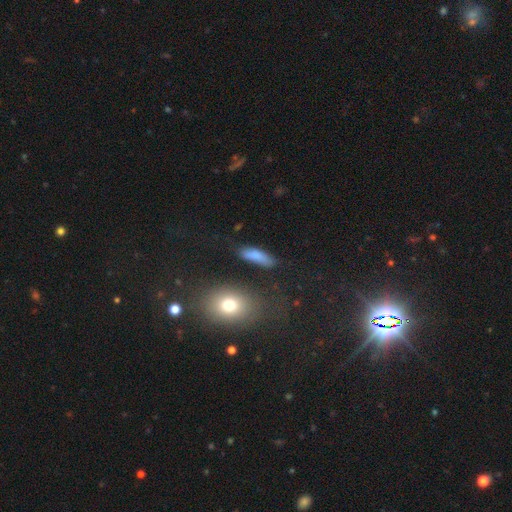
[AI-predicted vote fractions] smooth_or_featured: smooth (p=0.79) [alt: featured or disk p=0.12]
how_rounded: cigar-shaped (p=0.58) [alt: in between p=0.38]
merging: none (p=0.72) [alt: minor disturbance p=0.18]